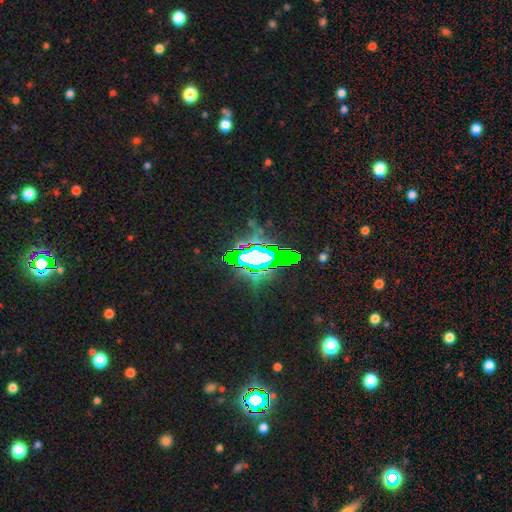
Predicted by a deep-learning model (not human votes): Smooth or featured: star or artifact — 63% (featured or disk — 20%)